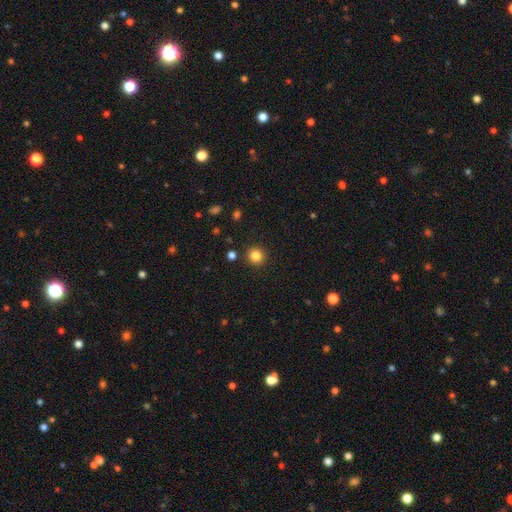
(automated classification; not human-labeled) Overall: smooth (84%). How rounded: round (92%). Merging: none (91%).